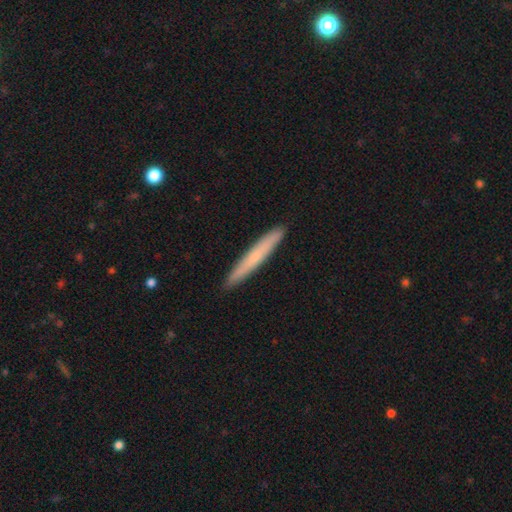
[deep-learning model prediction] Smooth or featured? Predicted: smooth (p=0.59). How rounded? Predicted: cigar-shaped (p=0.96). Merging? Predicted: none (p=0.92).